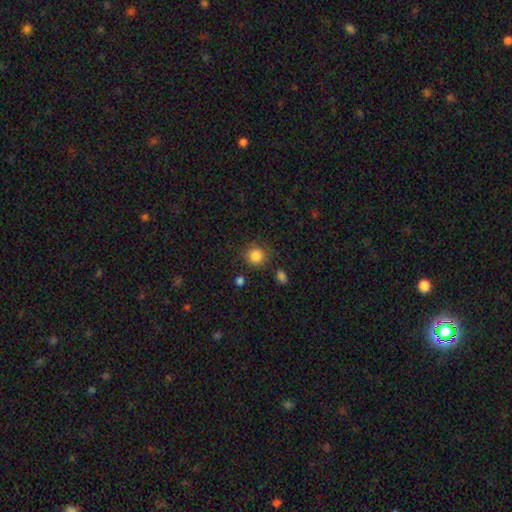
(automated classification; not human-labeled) A smooth galaxy with no disk features (85%) that is round (91%).

Vote fractions:
- Smooth or featured? smooth: 85% / star or artifact: 11% / featured or disk: 4%
- How rounded? round: 91% / in between: 8% / cigar-shaped: 1%
- Merging? none: 84% / minor disturbance: 9% / merger: 4% / major disturbance: 3%